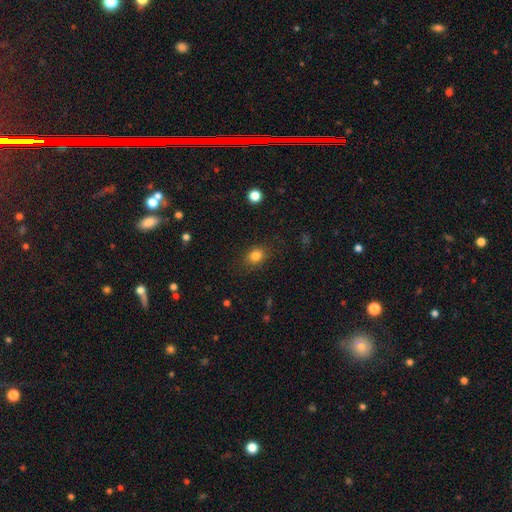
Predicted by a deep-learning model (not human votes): Smooth or featured: smooth — 83% (star or artifact — 11%)
How rounded: in between — 55% (round — 44%)
Merging: none — 82% (minor disturbance — 12%)